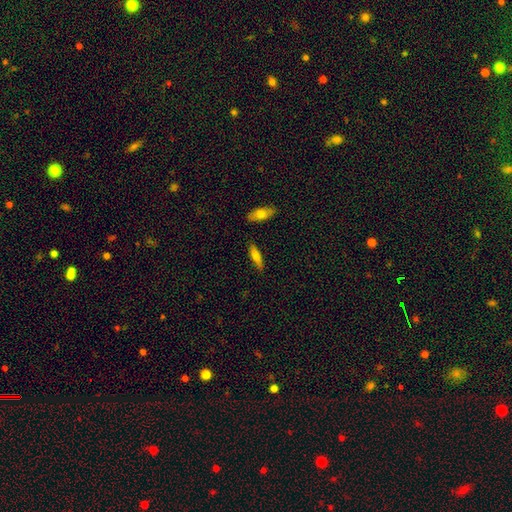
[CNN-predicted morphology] Smooth or featured? Predicted: smooth (p=0.67). How rounded? Predicted: cigar-shaped (p=0.65). Merging? Predicted: none (p=0.82).